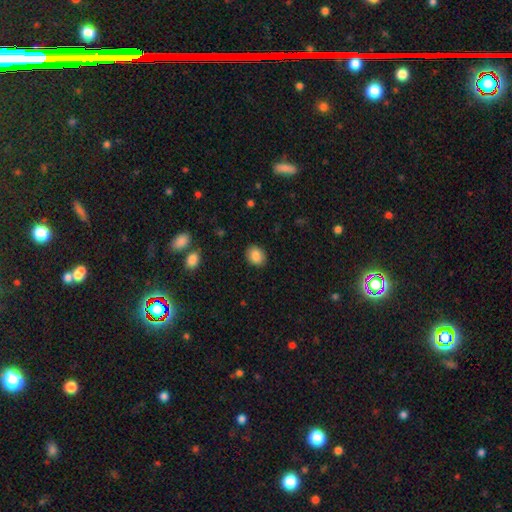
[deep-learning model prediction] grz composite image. It shows a smooth galaxy with no disk features (87%) that is in between round and cigar-shaped (51%). Merging: none (89%).